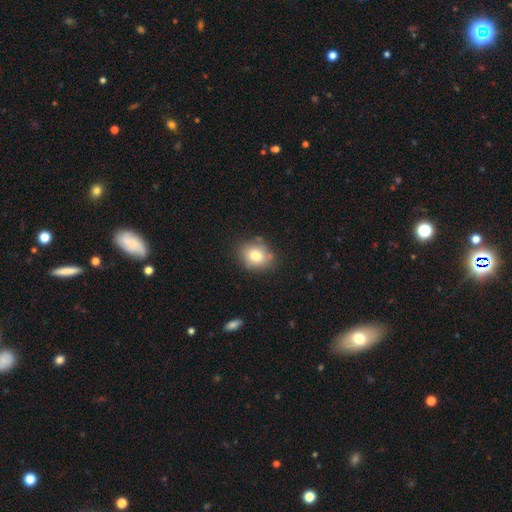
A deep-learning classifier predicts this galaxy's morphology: type=smooth (78%); roundness=round (52%); merging=none (78%).